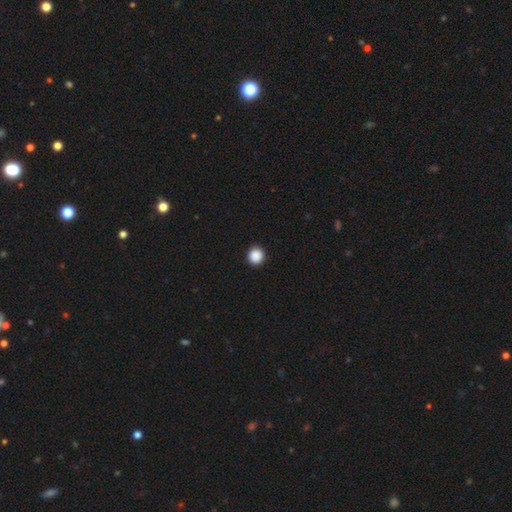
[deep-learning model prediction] smooth 89%, star or artifact 9%, featured or disk 2%. Down the decision tree: how rounded — round (95%); merging — none (93%).